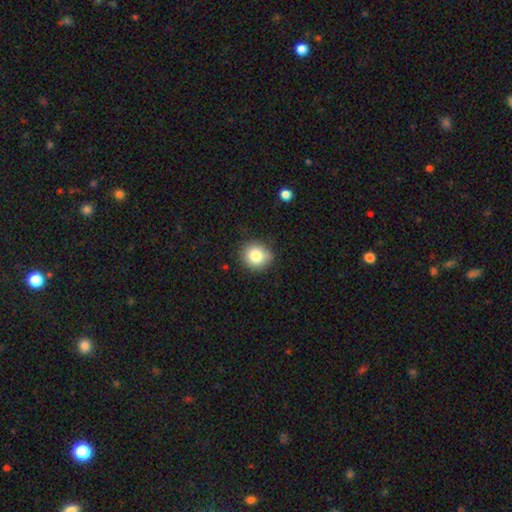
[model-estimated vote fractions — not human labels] This is clearly a smooth galaxy (82%). How rounded: clearly round (83%). Merging: clearly none (82%).